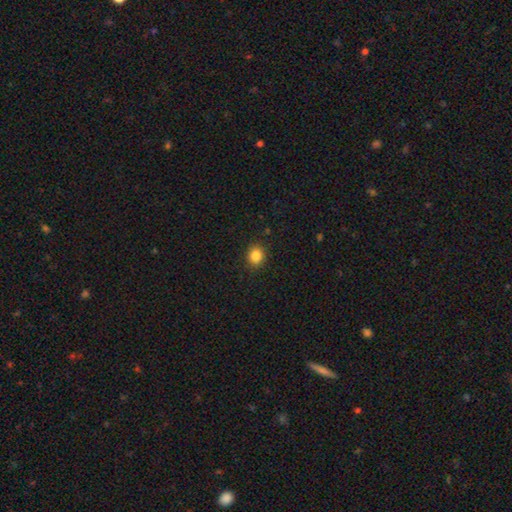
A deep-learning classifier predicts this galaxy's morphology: Overall: smooth (85%). How rounded: round (75%). Merging: none (90%).